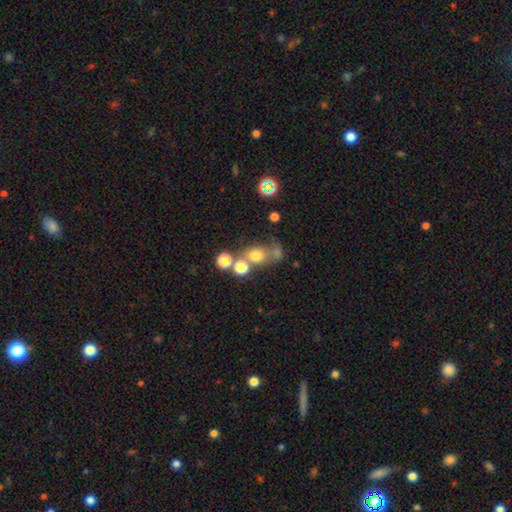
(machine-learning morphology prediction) Smooth or featured?
  - smooth: 67% *
  - star or artifact: 19%
  - featured or disk: 14%
How rounded?
  - round: 69% *
  - in between: 30%
  - cigar-shaped: 2%
Merging?
  - none: 47% *
  - merger: 31%
  - minor disturbance: 13%
  - major disturbance: 9%